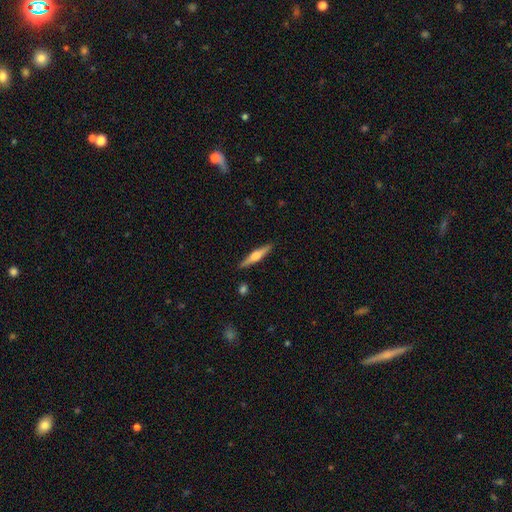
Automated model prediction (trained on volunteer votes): This appears to be a featured or disk galaxy (59%) viewed edge-on (97%) with a rounded central bulge (90%). Merging: none (90%).